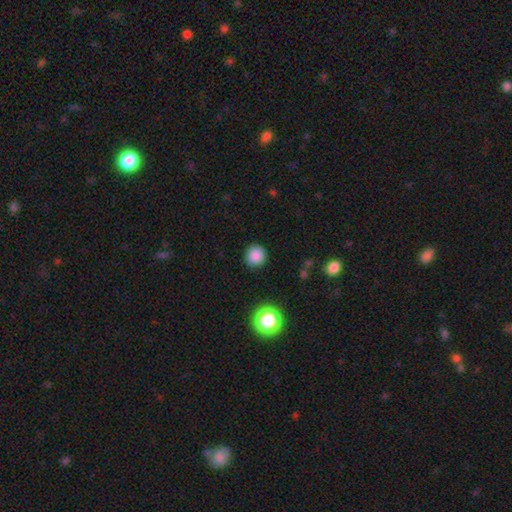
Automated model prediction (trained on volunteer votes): The model was most divided on "smooth or featured": smooth: 85%, star or artifact: 11%, featured or disk: 4%. More confident: how rounded — round (92%); merging — none (90%).